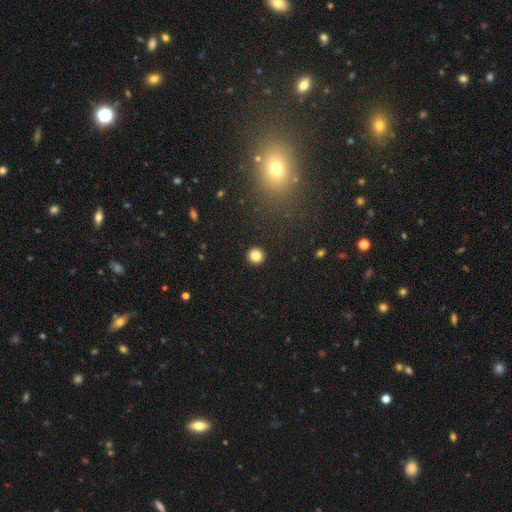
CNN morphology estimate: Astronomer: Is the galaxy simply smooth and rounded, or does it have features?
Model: smooth — 84%.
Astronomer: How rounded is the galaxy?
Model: round — 94%.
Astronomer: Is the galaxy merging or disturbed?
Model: none — 93%.